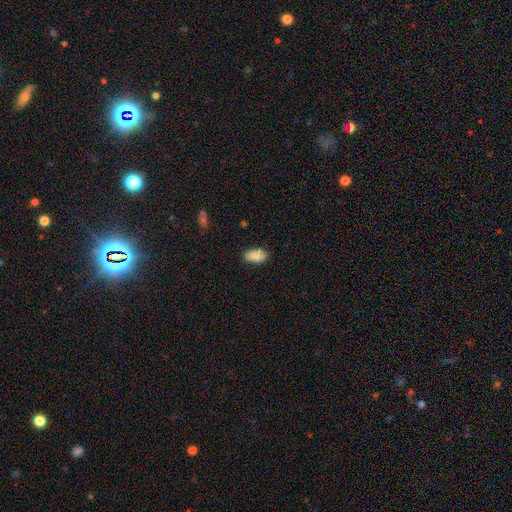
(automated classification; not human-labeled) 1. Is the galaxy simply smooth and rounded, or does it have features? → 86% smooth, 7% featured or disk, 7% star or artifact.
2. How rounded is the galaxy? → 94% in between, 3% cigar-shaped, 3% round.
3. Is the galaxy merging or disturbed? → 86% none, 11% minor disturbance, 2% major disturbance, 1% merger.